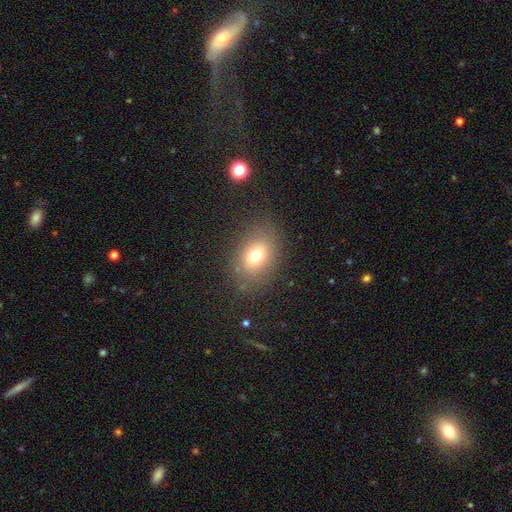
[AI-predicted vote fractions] A smooth galaxy with no disk features (73%) that is in between round and cigar-shaped (66%). Merging: none (81%).